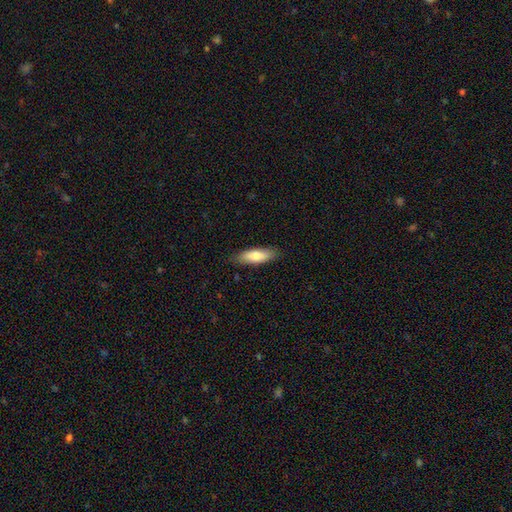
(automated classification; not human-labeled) A smooth galaxy with no disk features (75%) that is in between round and cigar-shaped (55%).

Vote fractions:
- Smooth or featured? smooth: 75% / featured or disk: 20% / star or artifact: 6%
- How rounded? in between: 55% / cigar-shaped: 43% / round: 2%
- Merging? none: 85% / minor disturbance: 12% / major disturbance: 2% / merger: 1%